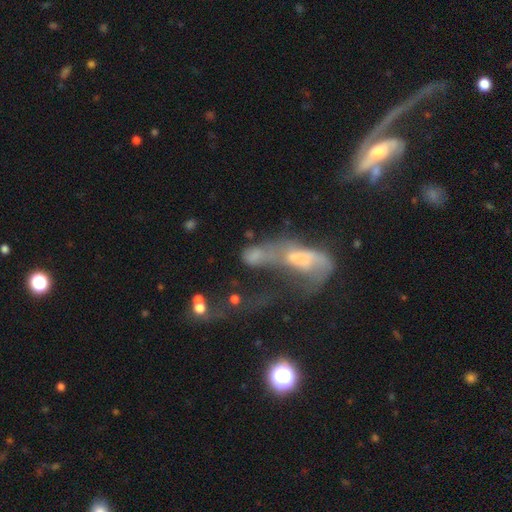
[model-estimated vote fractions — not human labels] smooth 54%, featured or disk 30%, star or artifact 16%. Down the decision tree: how rounded — in between (67%); merging — merger (62%).